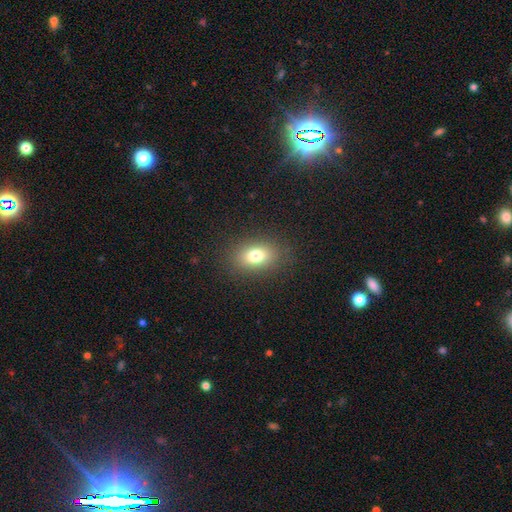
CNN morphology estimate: smooth_or_featured: smooth (p=0.77) [alt: star or artifact p=0.12]
how_rounded: in between (p=0.77) [alt: round p=0.21]
merging: none (p=0.86) [alt: minor disturbance p=0.09]